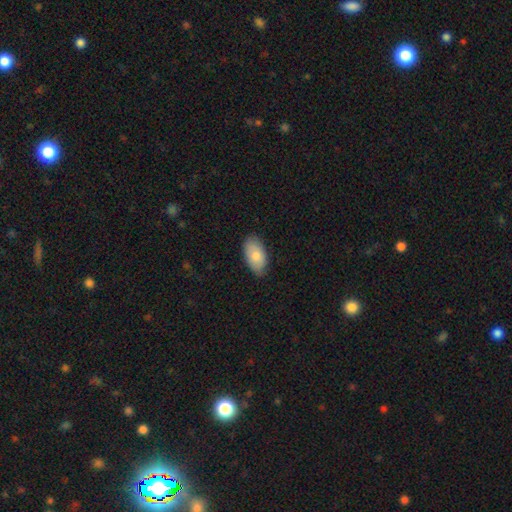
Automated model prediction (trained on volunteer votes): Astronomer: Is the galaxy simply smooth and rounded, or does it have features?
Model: smooth — 80%.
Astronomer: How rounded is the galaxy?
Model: in between — 94%.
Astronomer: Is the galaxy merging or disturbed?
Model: none — 82%.